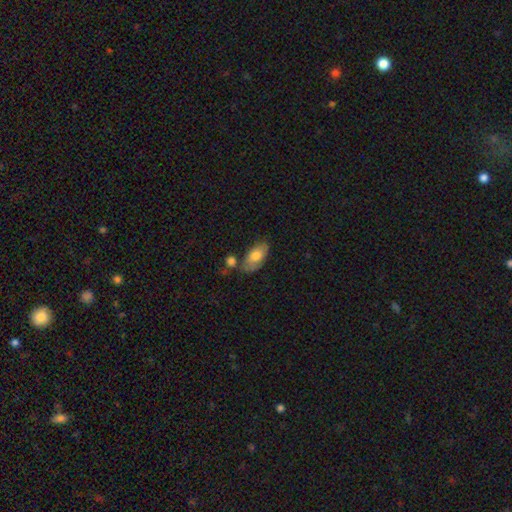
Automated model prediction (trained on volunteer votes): This appears to be a smooth galaxy with no disk features (74%) that is in between round and cigar-shaped (92%). Merging: none (64%).